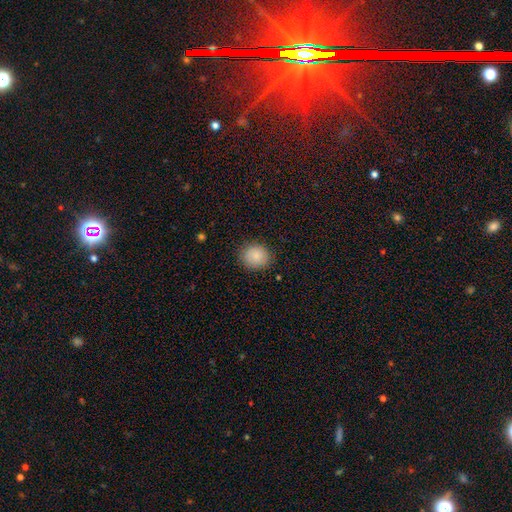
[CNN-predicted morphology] Smooth or featured? Predicted: smooth (p=0.84). How rounded? Predicted: round (p=0.77). Merging? Predicted: none (p=0.85).